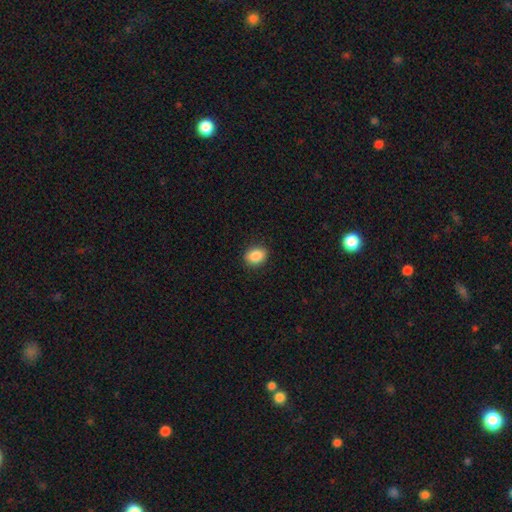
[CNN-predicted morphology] A smooth galaxy with no disk features (89%) that is in between round and cigar-shaped (62%).

Vote fractions:
- Smooth or featured? smooth: 89% / star or artifact: 8% / featured or disk: 3%
- How rounded? in between: 62% / round: 37% / cigar-shaped: 1%
- Merging? none: 88% / minor disturbance: 9% / major disturbance: 2% / merger: 1%